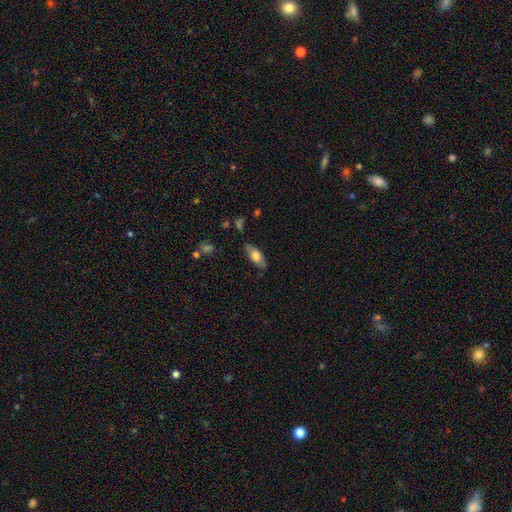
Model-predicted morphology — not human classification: smooth-or-featured: smooth: 63% | featured or disk: 30% | star or artifact: 7%
  how-rounded: in between: 82% | cigar-shaped: 14% | round: 3%
  merging: none: 77% | minor disturbance: 17% | major disturbance: 4% | merger: 2%